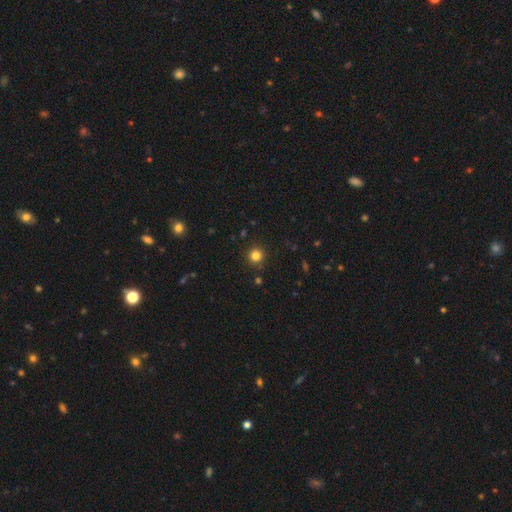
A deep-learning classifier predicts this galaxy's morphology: This is clearly a smooth galaxy (82%). How rounded: clearly round (94%). Merging: clearly none (90%).